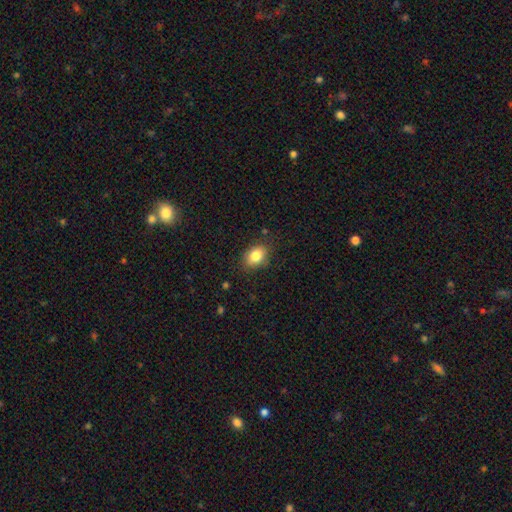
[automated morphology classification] A smooth galaxy with no disk features (83%) that is in between round and cigar-shaped (73%). Merging: none (83%).